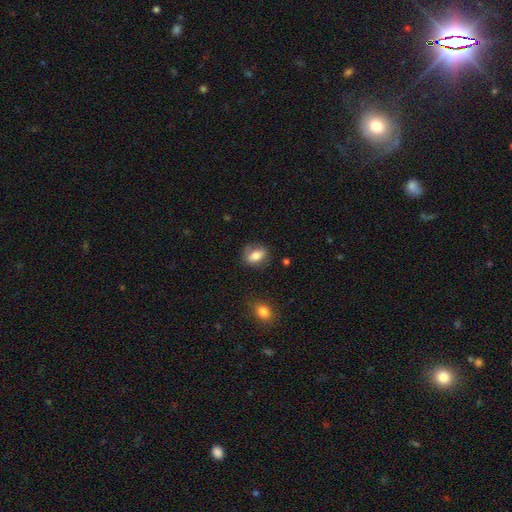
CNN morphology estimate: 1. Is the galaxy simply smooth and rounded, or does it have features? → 78% smooth, 14% featured or disk, 8% star or artifact.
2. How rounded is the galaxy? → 81% in between, 16% round, 3% cigar-shaped.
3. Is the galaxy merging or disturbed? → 68% none, 22% minor disturbance, 7% major disturbance, 4% merger.